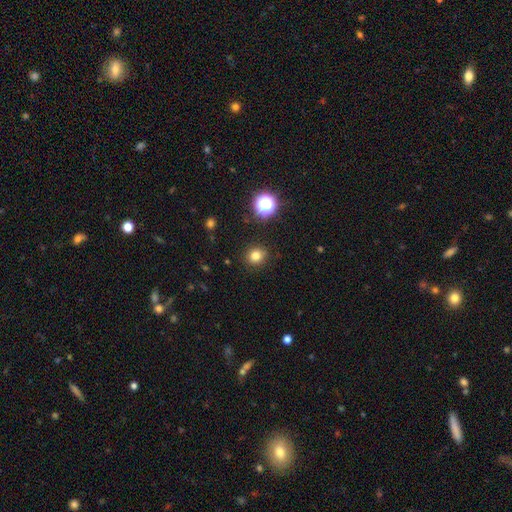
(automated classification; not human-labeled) A smooth galaxy with no disk features (79%) that is round (84%). Merging: none (90%).